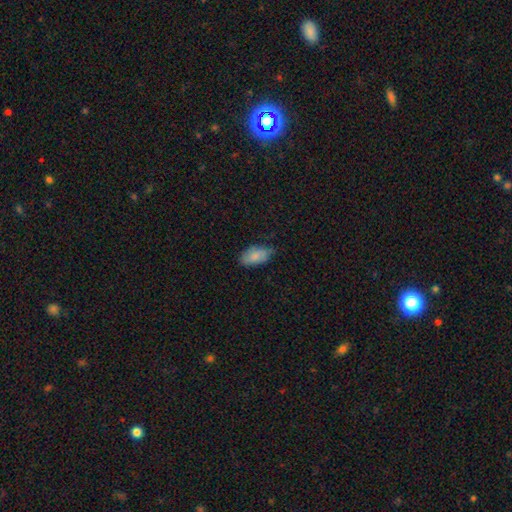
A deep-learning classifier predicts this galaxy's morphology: This appears to be a smooth galaxy with no disk features (82%) that is in between round and cigar-shaped (94%). Merging: none (65%).